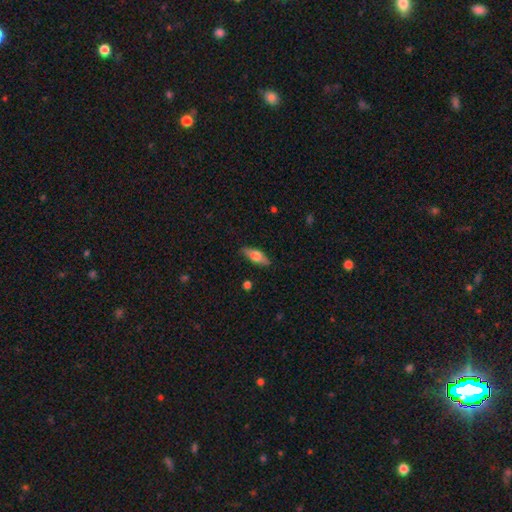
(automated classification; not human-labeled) Morphology: type=smooth (61%); roundness=in between (66%); merging=none (82%).